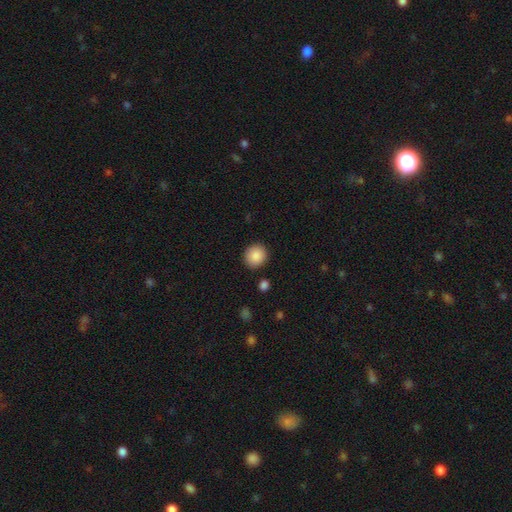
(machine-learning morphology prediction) Smooth or featured? smooth (89%)
How rounded? round (87%)
Merging? none (90%)